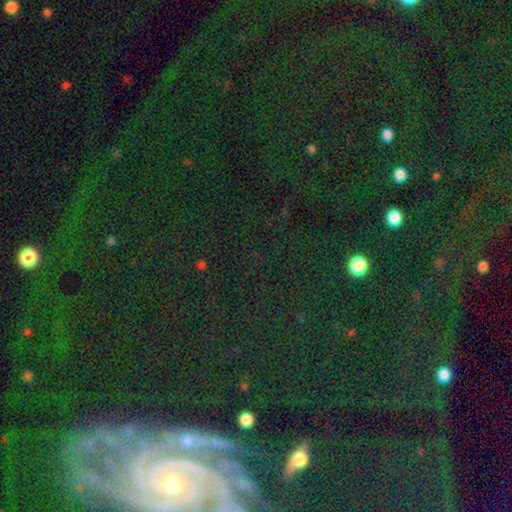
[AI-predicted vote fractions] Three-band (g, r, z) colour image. It shows a star or artifact, not a galaxy (73%).